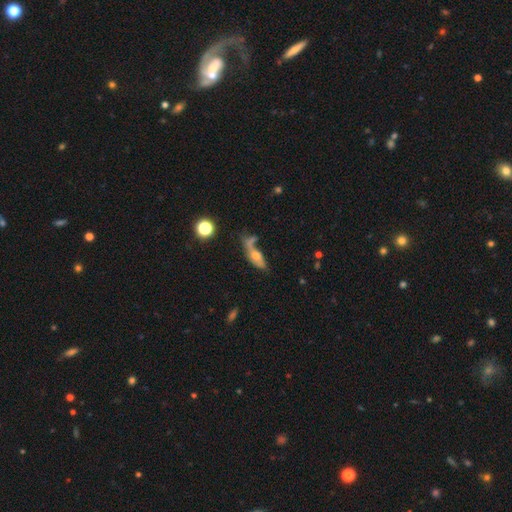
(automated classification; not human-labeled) This appears to be a smooth galaxy with no disk features (45%). Merging: none (33%).